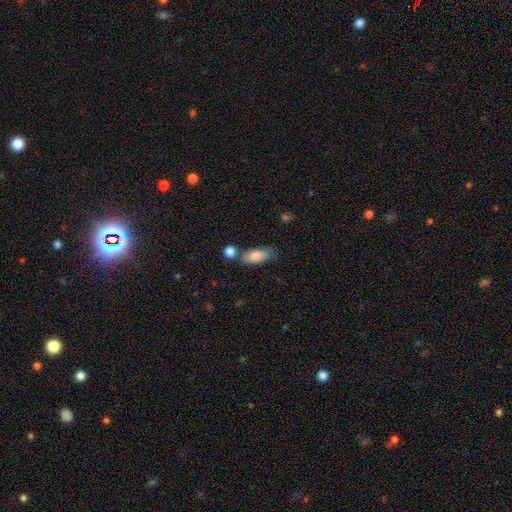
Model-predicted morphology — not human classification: Smooth or featured? Predicted: smooth (p=0.81). How rounded? Predicted: in between (p=0.76). Merging? Predicted: none (p=0.68).